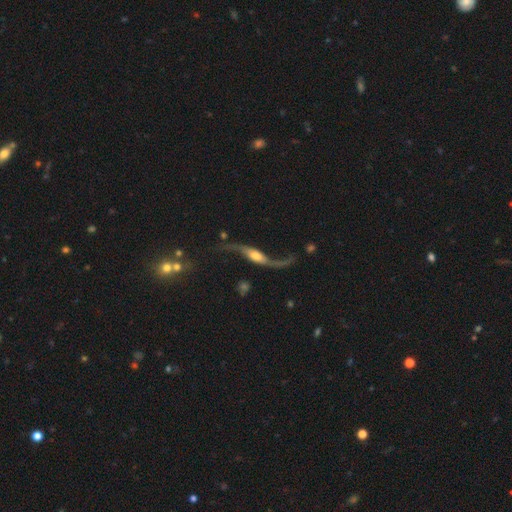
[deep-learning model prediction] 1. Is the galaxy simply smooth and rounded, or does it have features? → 87% featured or disk, 8% smooth, 6% star or artifact.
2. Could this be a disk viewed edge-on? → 80% no, 20% yes.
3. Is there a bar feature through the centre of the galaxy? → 48% no, 32% weak, 20% strong.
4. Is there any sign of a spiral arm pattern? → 95% yes, 5% no.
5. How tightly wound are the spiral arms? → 95% loose, 4% medium, 2% tight.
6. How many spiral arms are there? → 93% 2, 3% 1, 1% can't tell, 1% 3, 1% 4, 1% more than 4.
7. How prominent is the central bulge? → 45% moderate, 22% small, 20% large, 8% none, 5% dominant.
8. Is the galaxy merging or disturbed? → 64% none, 16% minor disturbance, 15% major disturbance, 5% merger.